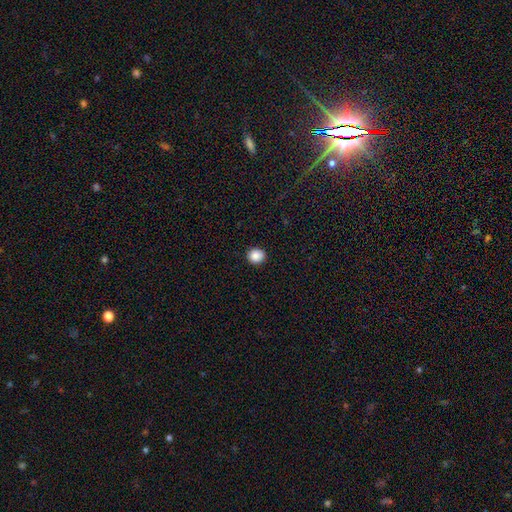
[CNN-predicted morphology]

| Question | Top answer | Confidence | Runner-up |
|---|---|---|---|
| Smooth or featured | smooth | 88% | star or artifact (9%) |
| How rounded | round | 85% | in between (14%) |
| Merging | none | 92% | minor disturbance (6%) |